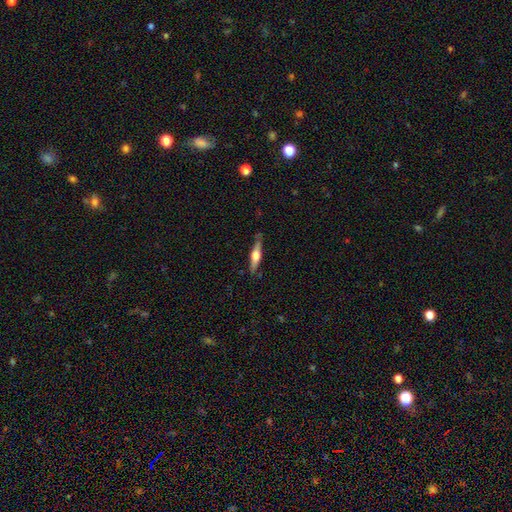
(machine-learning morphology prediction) A featured or disk galaxy (63%) viewed edge-on (96%) with a rounded central bulge (90%).

Vote fractions:
- Smooth or featured? featured or disk: 63% / smooth: 32% / star or artifact: 6%
- Edge-on disk? yes: 96% / no: 4%
- Edge-on bulge? rounded: 90% / boxy: 7% / none: 3%
- Merging? none: 80% / minor disturbance: 15% / major disturbance: 3% / merger: 2%